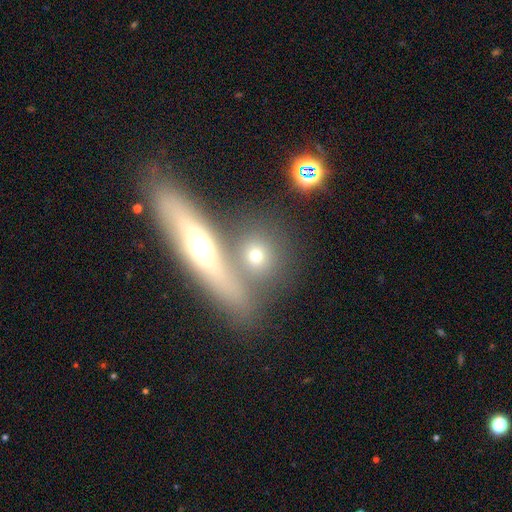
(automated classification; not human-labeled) smooth 61%, featured or disk 25%, star or artifact 14%. Down the decision tree: how rounded — round (66%); merging — none (60%).